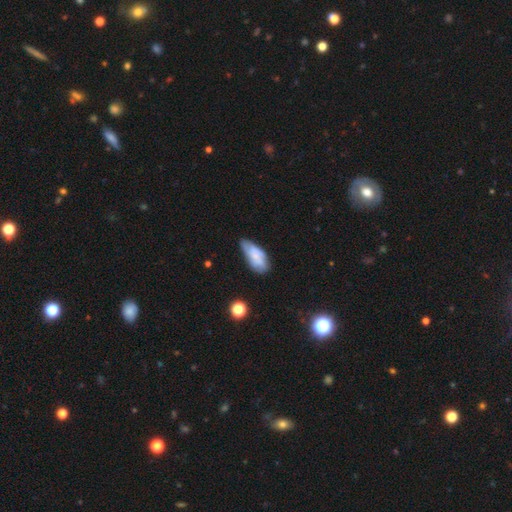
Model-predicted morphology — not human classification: Smooth or featured?
  - smooth: 64% *
  - featured or disk: 28%
  - star or artifact: 8%
How rounded?
  - in between: 86% *
  - cigar-shaped: 11%
  - round: 3%
Merging?
  - none: 52% *
  - minor disturbance: 34%
  - major disturbance: 10%
  - merger: 4%